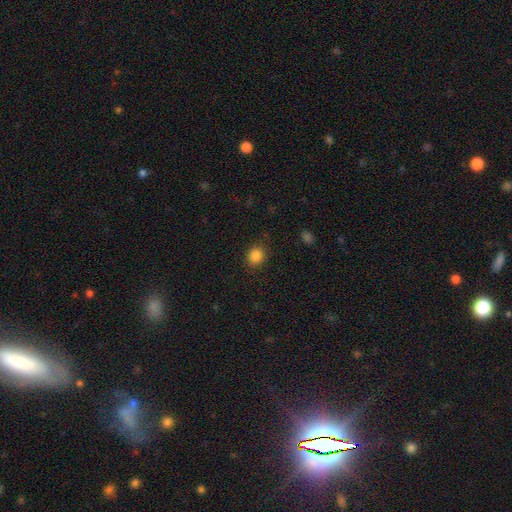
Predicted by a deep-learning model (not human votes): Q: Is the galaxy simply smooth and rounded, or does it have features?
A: smooth — 85%.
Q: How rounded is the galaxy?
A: round — 77%.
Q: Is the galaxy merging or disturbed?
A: none — 87%.